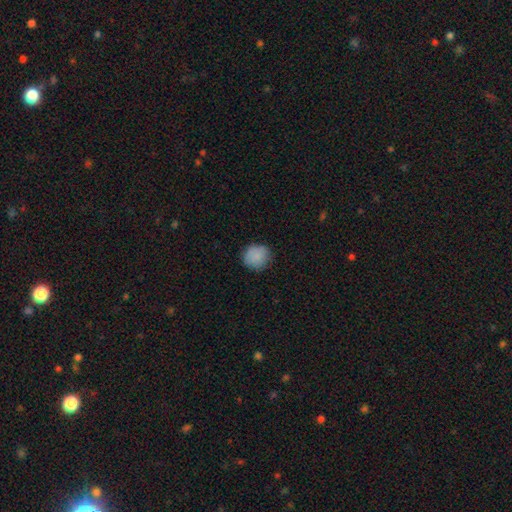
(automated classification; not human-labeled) A smooth galaxy with no disk features (87%) that is round (87%). Merging: none (84%).